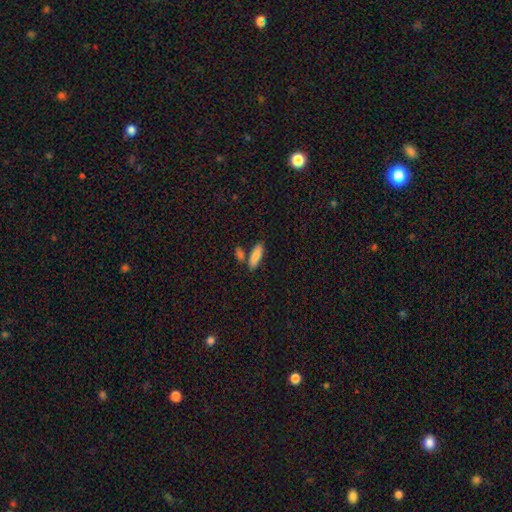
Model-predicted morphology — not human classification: Smooth or featured? smooth (84%)
How rounded? in between (60%)
Merging? none (71%)